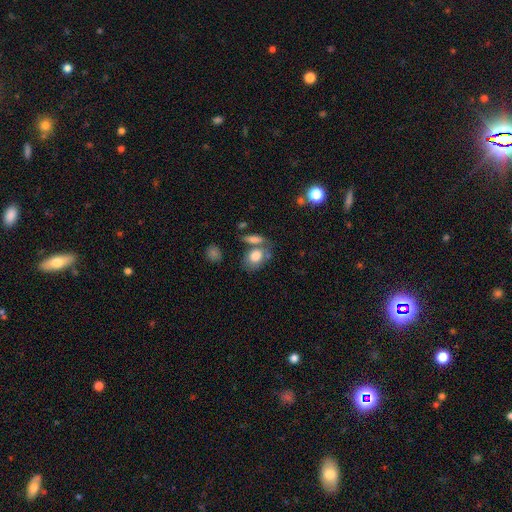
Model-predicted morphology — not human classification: type=smooth (79%); roundness=in between (75%); merging=none (51%).